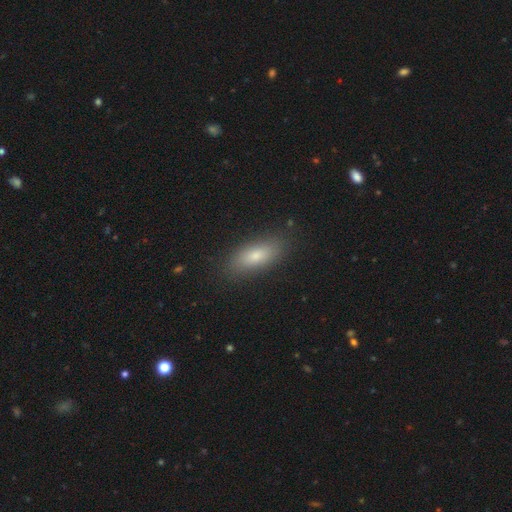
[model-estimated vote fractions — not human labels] smooth-or-featured: smooth: 78% | featured or disk: 14% | star or artifact: 8%
  how-rounded: in between: 73% | cigar-shaped: 24% | round: 3%
  merging: none: 85% | minor disturbance: 11% | major disturbance: 3% | merger: 1%